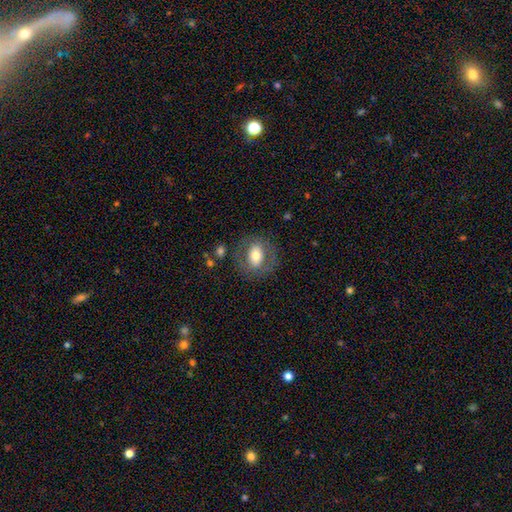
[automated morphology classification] A smooth galaxy with no disk features (55%) that is in between round and cigar-shaped (56%). Merging: none (76%).